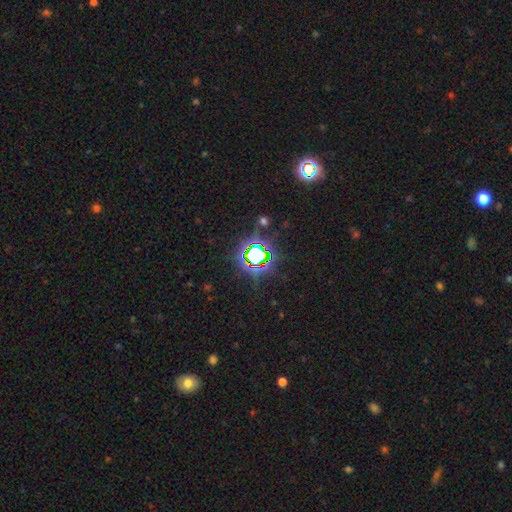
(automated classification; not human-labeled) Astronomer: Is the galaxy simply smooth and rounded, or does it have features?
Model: star or artifact — 74%.